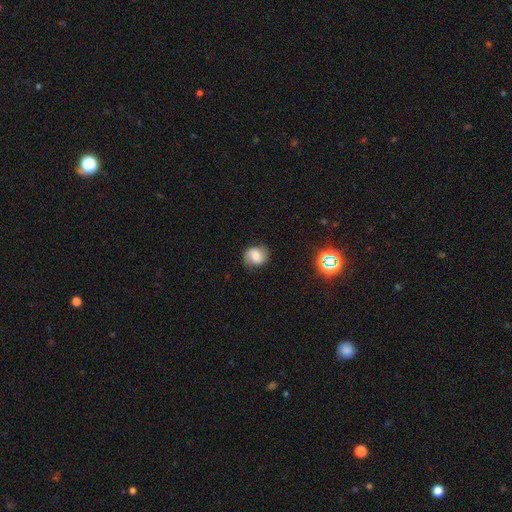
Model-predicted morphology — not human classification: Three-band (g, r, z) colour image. It shows a featured or disk galaxy (45%). Merging: none (75%).